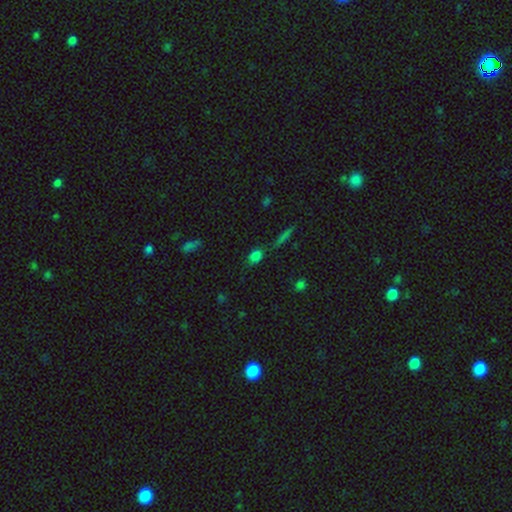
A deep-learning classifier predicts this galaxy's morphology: The model was most divided on "how rounded": in between: 60%, round: 34%, cigar-shaped: 7%. More confident: smooth or featured — smooth (75%); merging — none (66%).